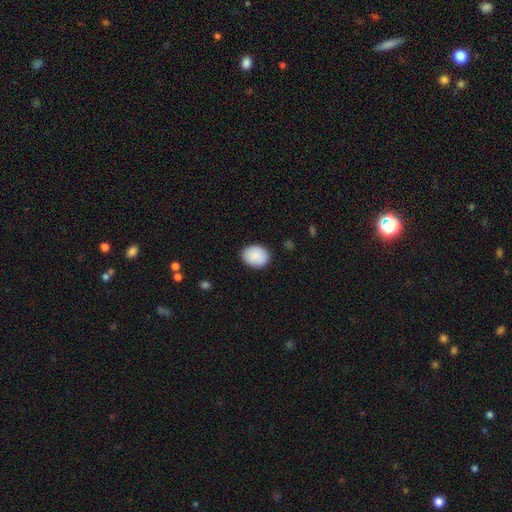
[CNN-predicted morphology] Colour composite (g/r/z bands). It shows a smooth galaxy with no disk features (89%) that is in between round and cigar-shaped (51%). Merging: none (87%).